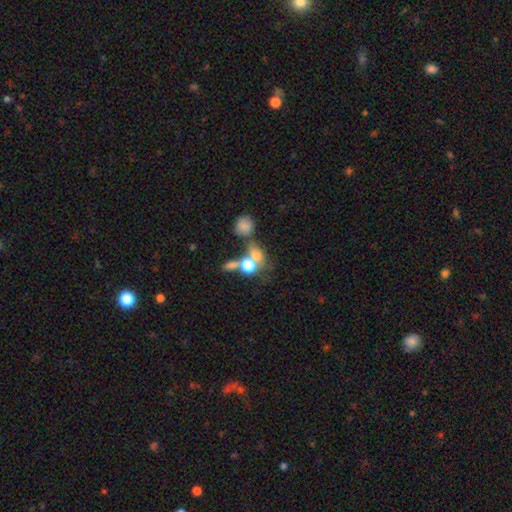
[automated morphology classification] This is likely a smooth galaxy (66%). How rounded: possibly round (58%). Merging: possibly merger (46%).